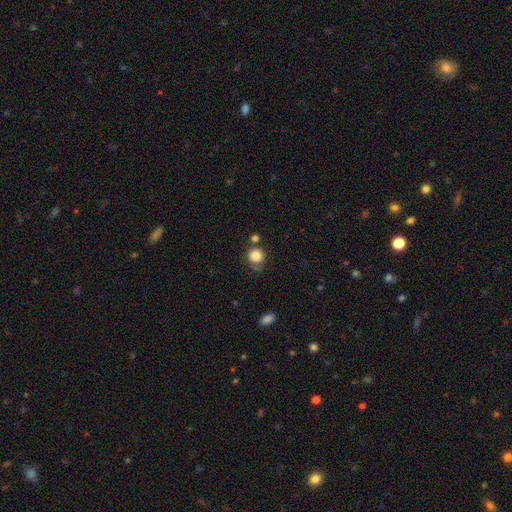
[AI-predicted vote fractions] A smooth galaxy with no disk features (85%) that is round (83%). Merging: none (57%).